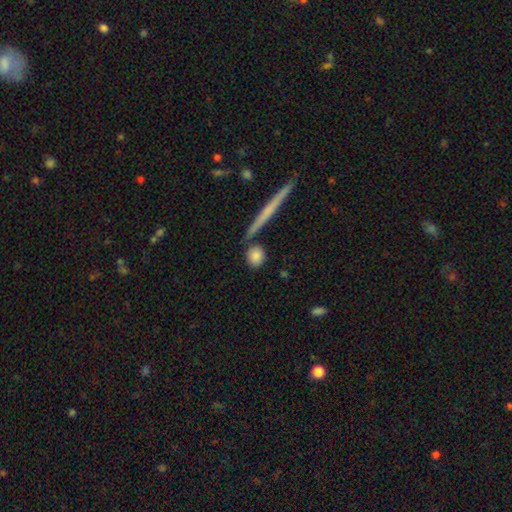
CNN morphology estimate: Smooth or featured? smooth (83%)
How rounded? round (76%)
Merging? none (77%)